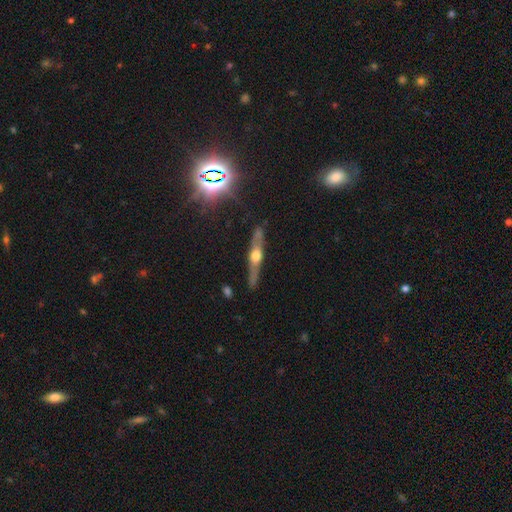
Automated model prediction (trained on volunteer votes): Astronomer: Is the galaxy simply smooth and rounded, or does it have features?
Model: featured or disk — 72%.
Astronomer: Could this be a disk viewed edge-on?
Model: yes — 94%.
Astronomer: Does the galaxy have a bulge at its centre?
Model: rounded — 92%.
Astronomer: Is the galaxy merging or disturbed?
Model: none — 84%.